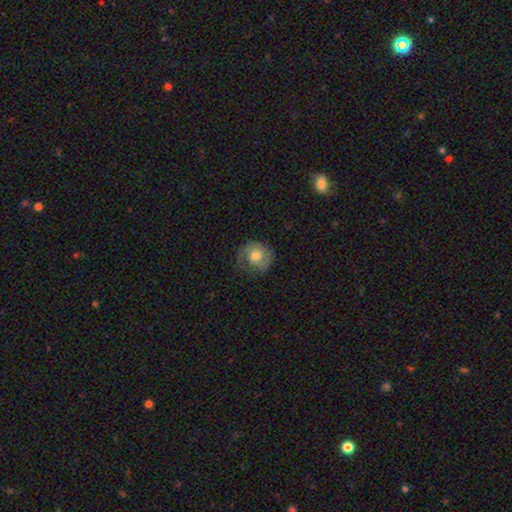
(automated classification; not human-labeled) A featured or disk galaxy (51%). Merging: none (63%).